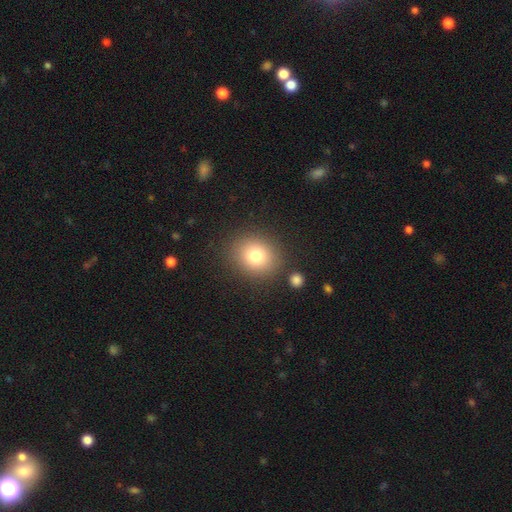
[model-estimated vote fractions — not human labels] Overall: smooth (78%). How rounded: round (80%). Merging: none (85%).